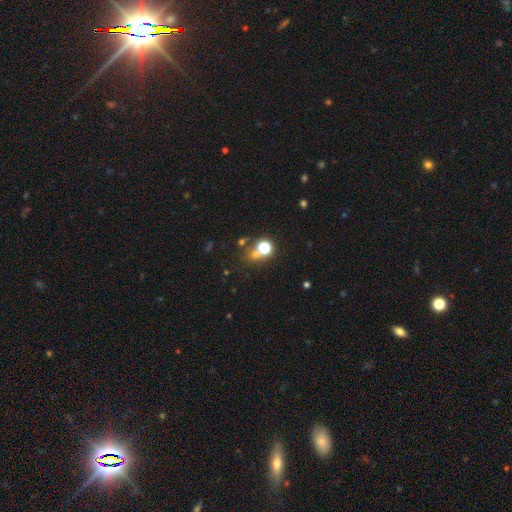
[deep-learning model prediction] A smooth galaxy with no disk features (49%).

Vote fractions:
- Smooth or featured? smooth: 49% / star or artifact: 41% / featured or disk: 10%
- Merging? none: 60% / merger: 22% / minor disturbance: 10% / major disturbance: 7%